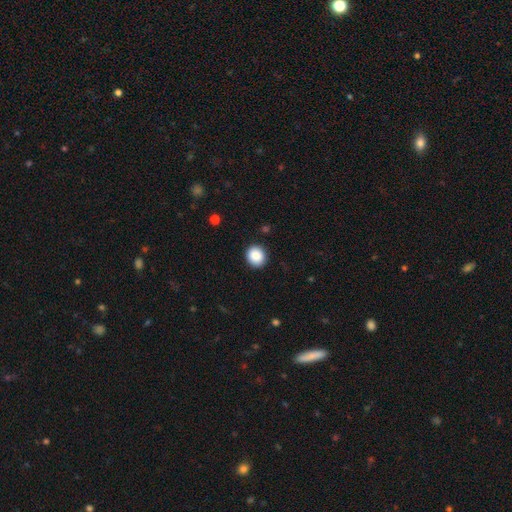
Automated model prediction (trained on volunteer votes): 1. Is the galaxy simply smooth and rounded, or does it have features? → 89% smooth, 8% star or artifact, 3% featured or disk.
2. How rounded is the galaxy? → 82% round, 17% in between, 1% cigar-shaped.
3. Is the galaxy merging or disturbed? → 90% none, 7% minor disturbance, 2% major disturbance, 1% merger.